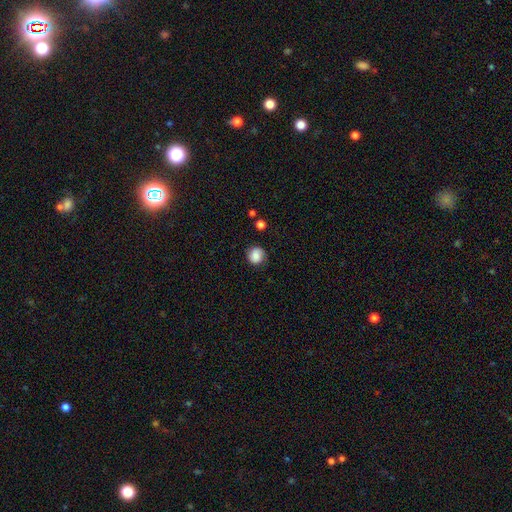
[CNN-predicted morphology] Overall: smooth (76%). How rounded: round (87%). Merging: none (80%).